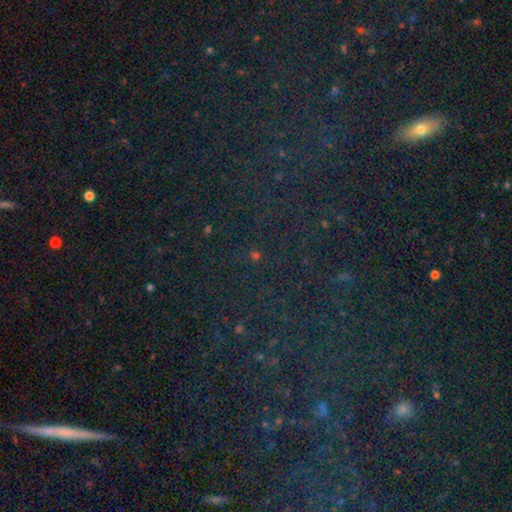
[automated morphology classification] This appears to be a star or artifact, not a galaxy (72%).